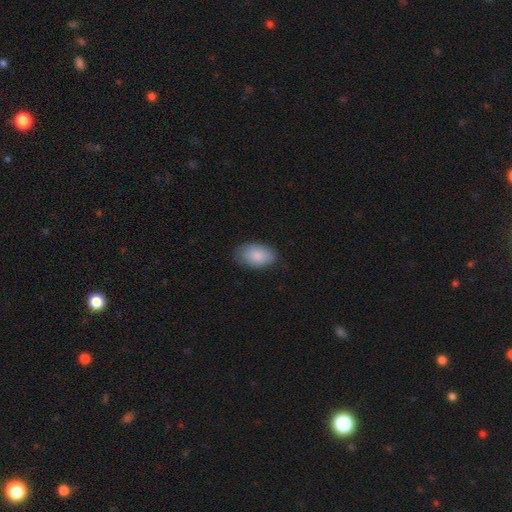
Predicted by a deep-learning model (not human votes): smooth 88%, featured or disk 6%, star or artifact 6%. Down the decision tree: how rounded — in between (93%); merging — none (81%).